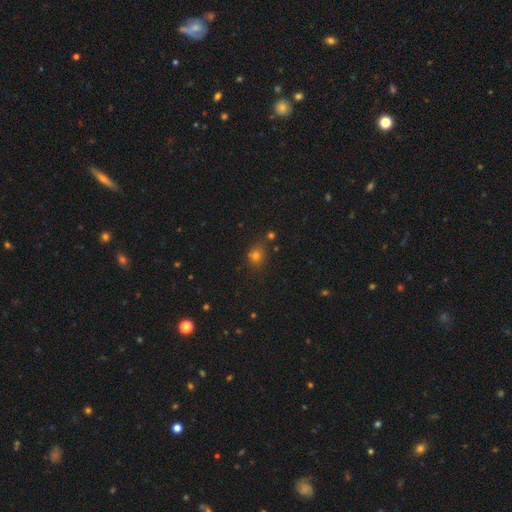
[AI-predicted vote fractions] A smooth galaxy with no disk features (70%) that is round (75%). Merging: none (76%).